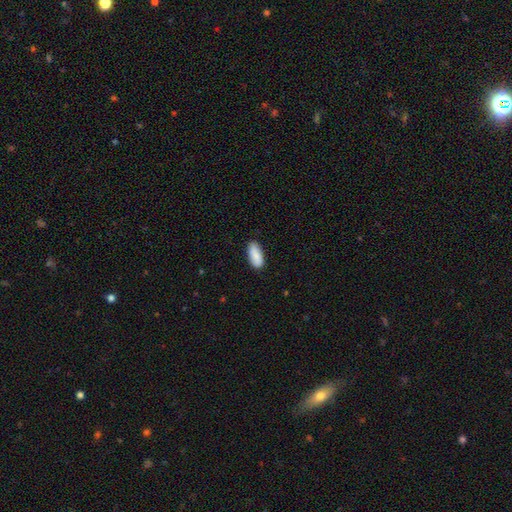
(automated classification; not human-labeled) Morphology: type=smooth (84%); roundness=in between (87%); merging=none (85%).